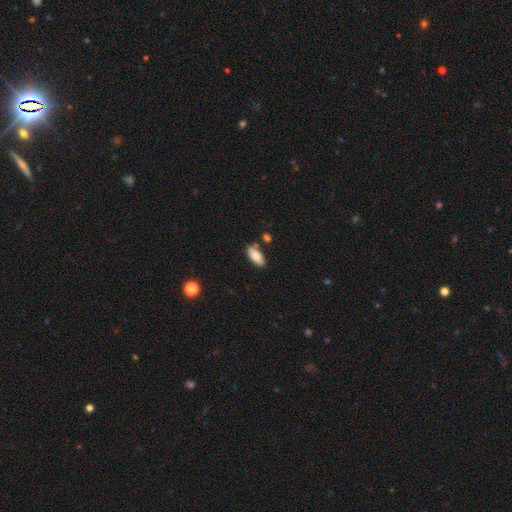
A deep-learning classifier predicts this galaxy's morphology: This is clearly a smooth galaxy (86%). How rounded: clearly in between (87%). Merging: likely none (76%).